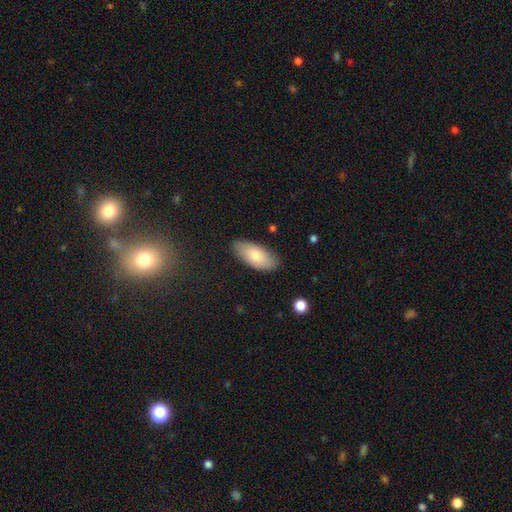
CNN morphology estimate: This is likely a smooth galaxy (77%). How rounded: clearly in between (91%). Merging: clearly none (85%).